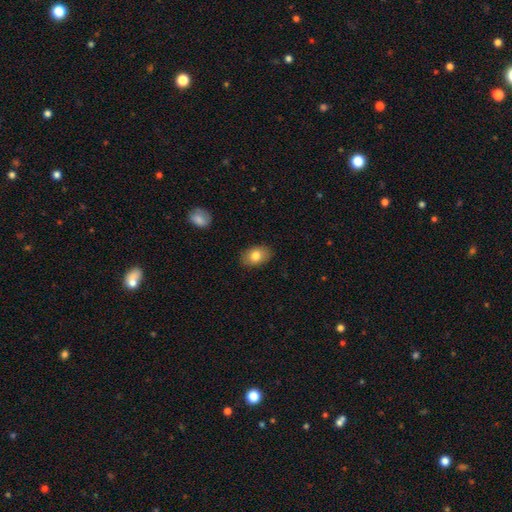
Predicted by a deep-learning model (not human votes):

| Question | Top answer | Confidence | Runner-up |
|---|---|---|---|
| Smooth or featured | smooth | 80% | featured or disk (13%) |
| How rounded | in between | 86% | round (13%) |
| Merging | none | 87% | minor disturbance (9%) |